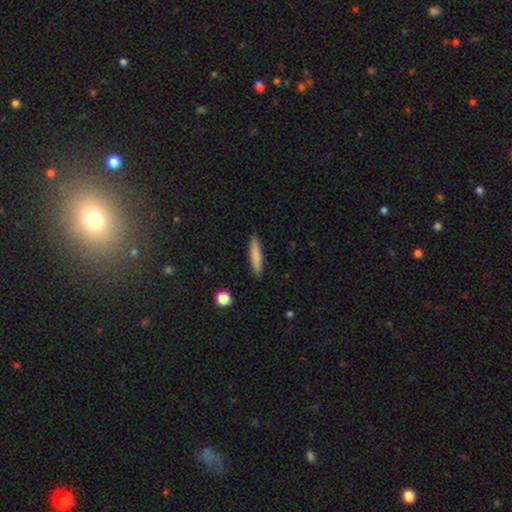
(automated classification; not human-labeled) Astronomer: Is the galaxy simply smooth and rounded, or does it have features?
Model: smooth — 81%.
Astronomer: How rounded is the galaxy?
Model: cigar-shaped — 89%.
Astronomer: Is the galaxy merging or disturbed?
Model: none — 89%.